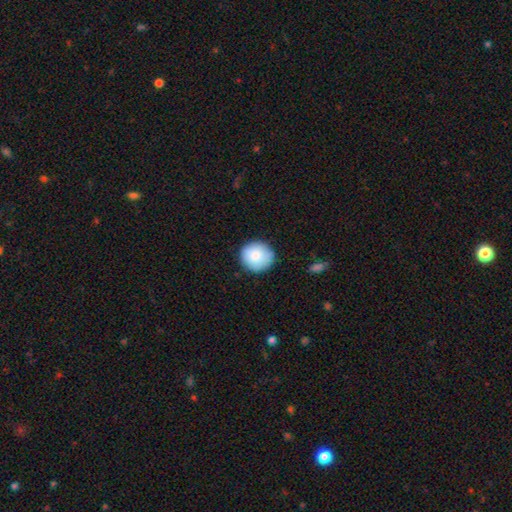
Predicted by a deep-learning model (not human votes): Smooth or featured?
  - smooth: 85% *
  - featured or disk: 8%
  - star or artifact: 7%
How rounded?
  - round: 91% *
  - in between: 8%
  - cigar-shaped: 1%
Merging?
  - none: 86% *
  - minor disturbance: 11%
  - major disturbance: 2%
  - merger: 1%